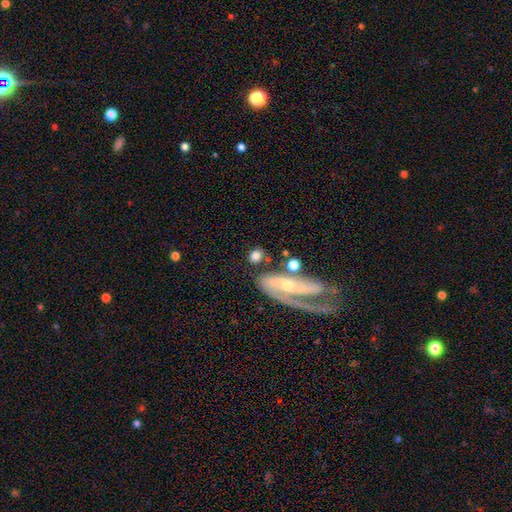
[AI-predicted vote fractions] Smooth or featured? Predicted: smooth (p=0.72). How rounded? Predicted: round (p=0.50). Merging? Predicted: none (p=0.63).